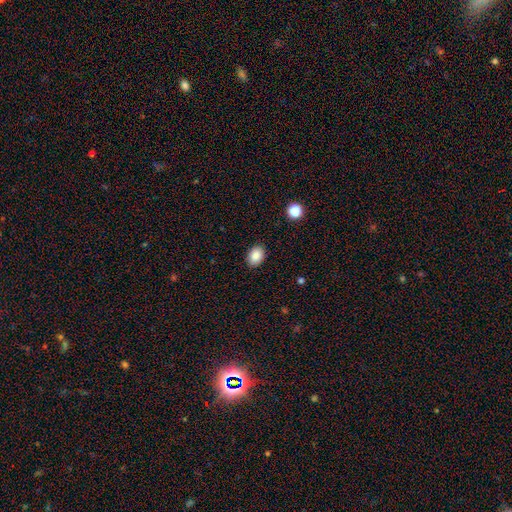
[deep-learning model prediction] Smooth or featured: smooth — 87% (star or artifact — 9%)
How rounded: in between — 73% (round — 26%)
Merging: none — 88% (minor disturbance — 9%)